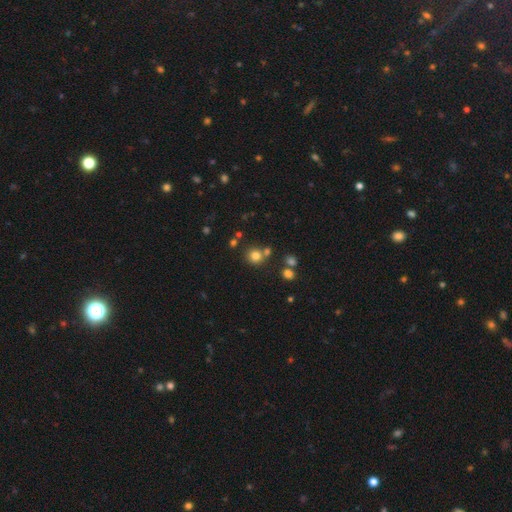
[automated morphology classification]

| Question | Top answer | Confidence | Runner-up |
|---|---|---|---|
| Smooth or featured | smooth | 77% | star or artifact (16%) |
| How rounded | round | 90% | in between (9%) |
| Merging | none | 70% | merger (17%) |